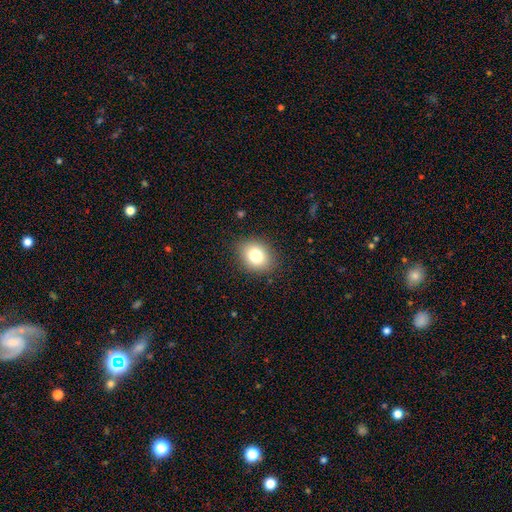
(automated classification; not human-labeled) smooth_or_featured: smooth (p=0.80) [alt: star or artifact p=0.11]
how_rounded: in between (p=0.50) [alt: round p=0.49]
merging: none (p=0.87) [alt: minor disturbance p=0.09]